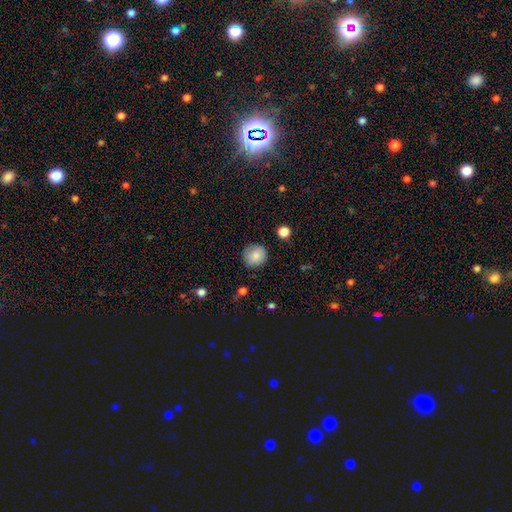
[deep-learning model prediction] smooth-or-featured: smooth: 86% | star or artifact: 8% | featured or disk: 5%
  how-rounded: round: 88% | in between: 11% | cigar-shaped: 1%
  merging: none: 85% | minor disturbance: 11% | major disturbance: 3% | merger: 1%